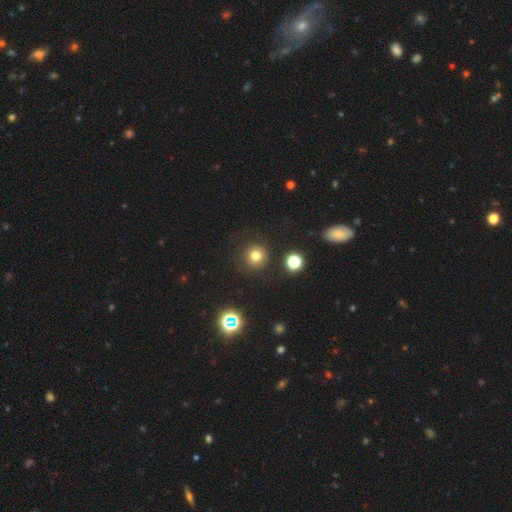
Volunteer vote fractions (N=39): Volunteers were most divided on "smooth or featured": smooth: 82%, star or artifact: 10%, featured or disk: 8%. More confident: how rounded — round (88%); merging — none (86%).